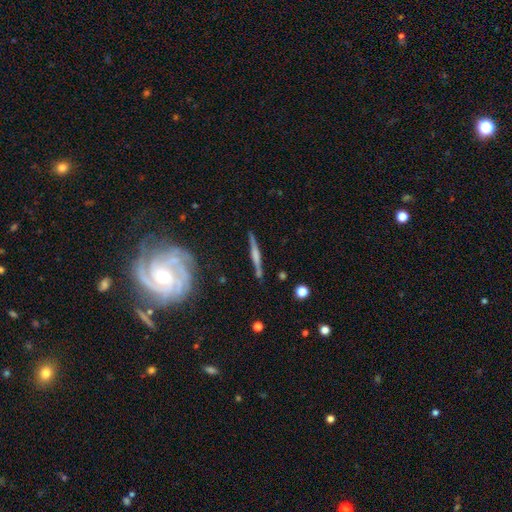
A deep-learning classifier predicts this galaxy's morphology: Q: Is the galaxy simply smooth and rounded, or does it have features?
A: featured or disk — 72%.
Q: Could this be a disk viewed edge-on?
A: yes — 95%.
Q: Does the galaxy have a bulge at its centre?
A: rounded — 54%.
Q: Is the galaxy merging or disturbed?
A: none — 84%.